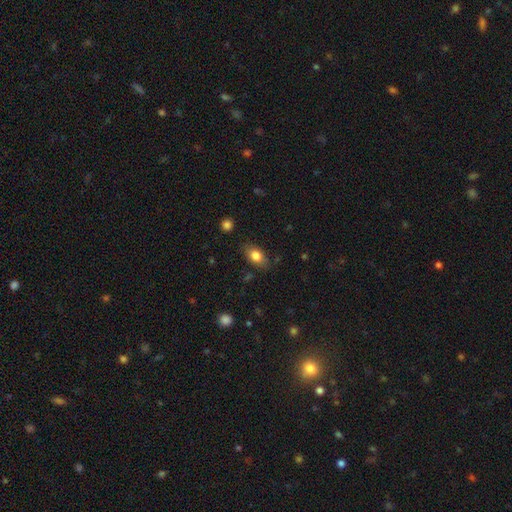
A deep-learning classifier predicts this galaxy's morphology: This is clearly a smooth galaxy (82%). How rounded: clearly in between (84%). Merging: likely none (80%).